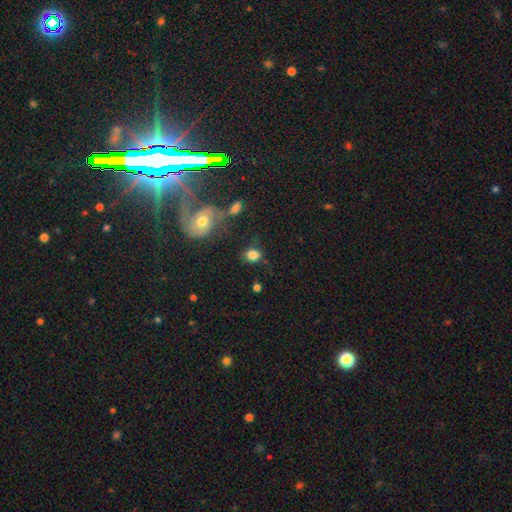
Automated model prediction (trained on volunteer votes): Overall: smooth (75%). How rounded: round (67%; in between 32%). Merging: none (64%).